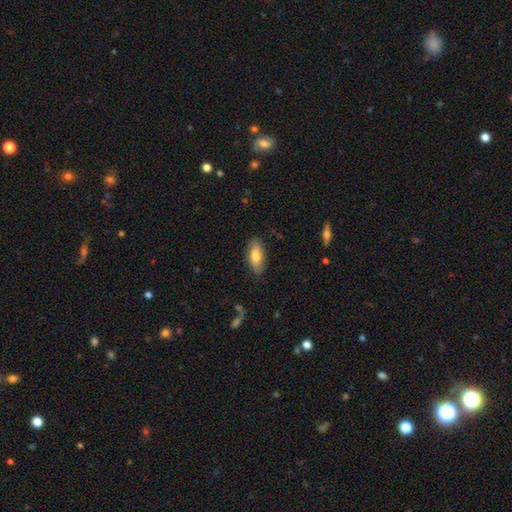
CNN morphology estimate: smooth_or_featured: smooth (p=0.75) [alt: featured or disk p=0.19]
how_rounded: in between (p=0.81) [alt: cigar-shaped p=0.16]
merging: none (p=0.83) [alt: minor disturbance p=0.13]